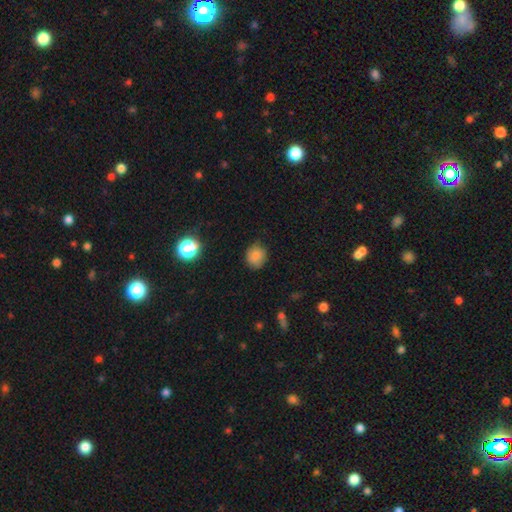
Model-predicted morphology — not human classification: smooth 82%, star or artifact 12%, featured or disk 6%. Down the decision tree: how rounded — round (74%); merging — none (80%).